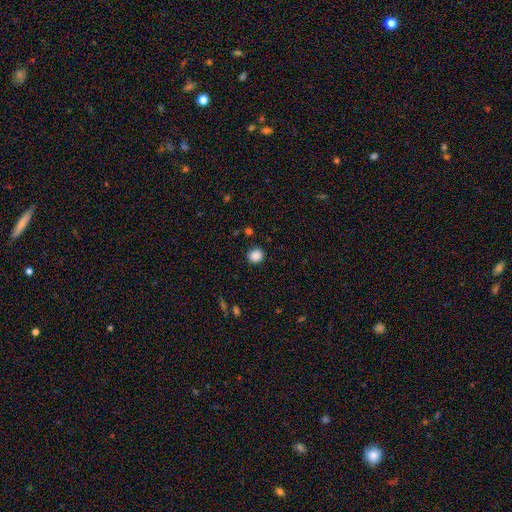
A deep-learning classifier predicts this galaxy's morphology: smooth-or-featured: smooth: 87% | star or artifact: 10% | featured or disk: 3%
  how-rounded: round: 85% | in between: 14% | cigar-shaped: 1%
  merging: none: 88% | minor disturbance: 7% | major disturbance: 2% | merger: 2%